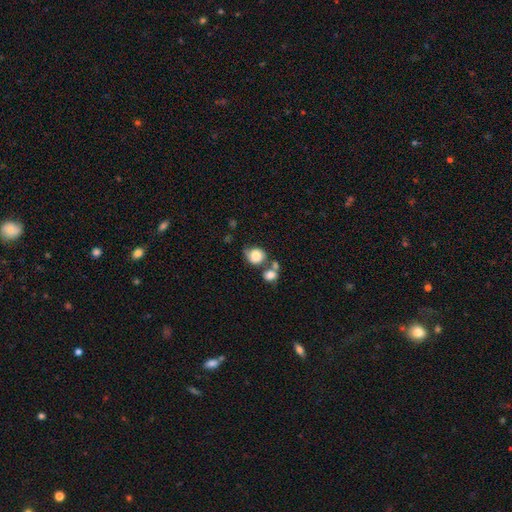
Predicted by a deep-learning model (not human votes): smooth 74%, featured or disk 18%, star or artifact 8%. Down the decision tree: how rounded — round (77%); merging — none (42%).